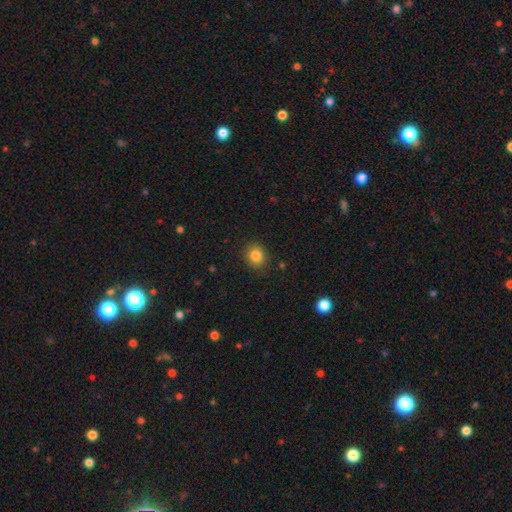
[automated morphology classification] This is clearly a smooth galaxy (84%). How rounded: likely round (79%). Merging: clearly none (88%).